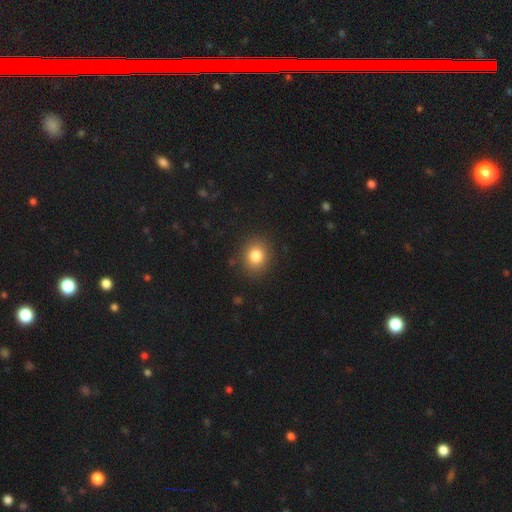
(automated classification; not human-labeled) Morphology: type=smooth (82%); roundness=round (73%); merging=none (89%).